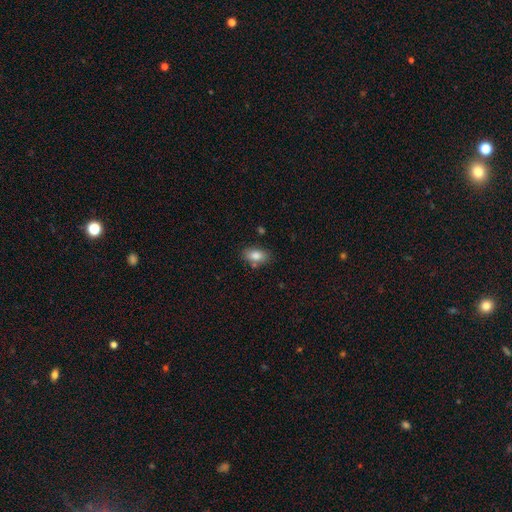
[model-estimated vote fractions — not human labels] A smooth galaxy with no disk features (83%) that is in between round and cigar-shaped (89%).

Vote fractions:
- Smooth or featured? smooth: 83% / featured or disk: 9% / star or artifact: 8%
- How rounded? in between: 89% / round: 8% / cigar-shaped: 3%
- Merging? none: 74% / minor disturbance: 15% / merger: 8% / major disturbance: 3%